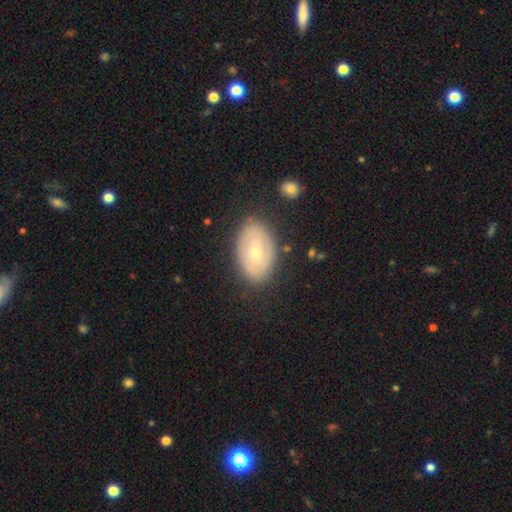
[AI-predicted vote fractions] smooth 50%, featured or disk 42%, star or artifact 8%. Down the decision tree: how rounded — in between (90%); merging — none (82%).